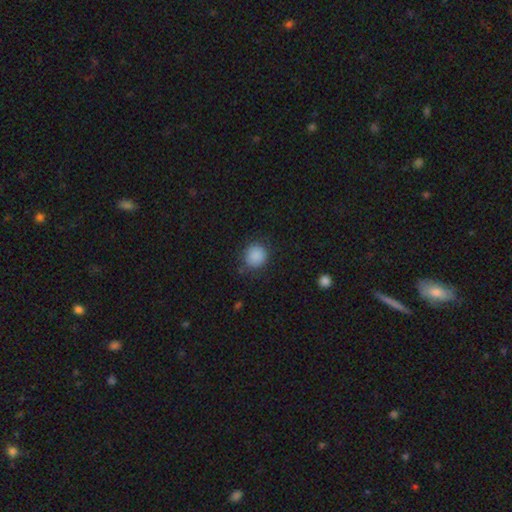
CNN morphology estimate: Overall: smooth (88%). How rounded: round (87%). Merging: none (82%).